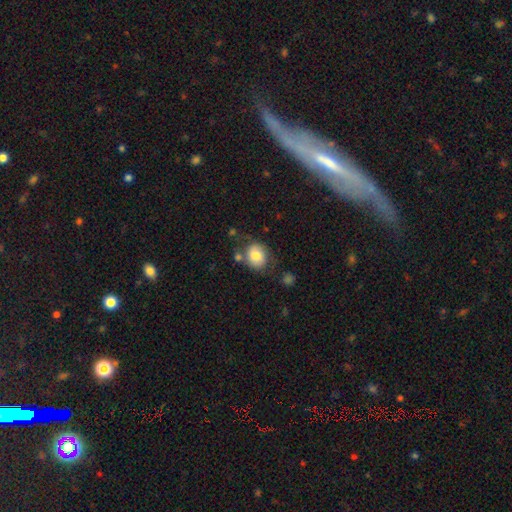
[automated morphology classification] smooth 73%, featured or disk 19%, star or artifact 8%. Down the decision tree: how rounded — round (61%); merging — none (60%).